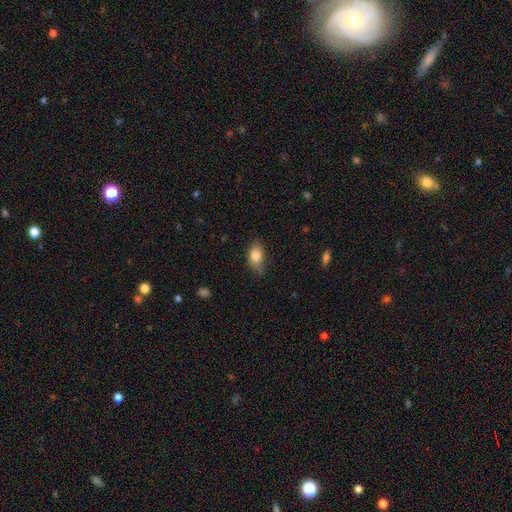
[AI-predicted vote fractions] smooth-or-featured: smooth: 80% | featured or disk: 12% | star or artifact: 8%
  how-rounded: in between: 86% | round: 9% | cigar-shaped: 5%
  merging: none: 63% | minor disturbance: 29% | major disturbance: 6% | merger: 2%